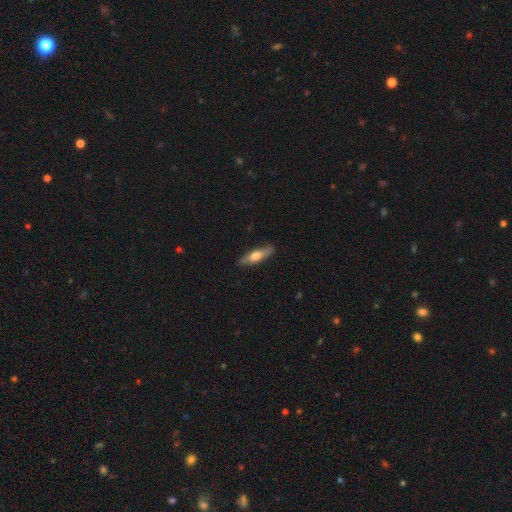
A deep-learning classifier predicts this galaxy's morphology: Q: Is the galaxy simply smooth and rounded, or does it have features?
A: smooth — 50%.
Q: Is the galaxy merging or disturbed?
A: none — 87%.